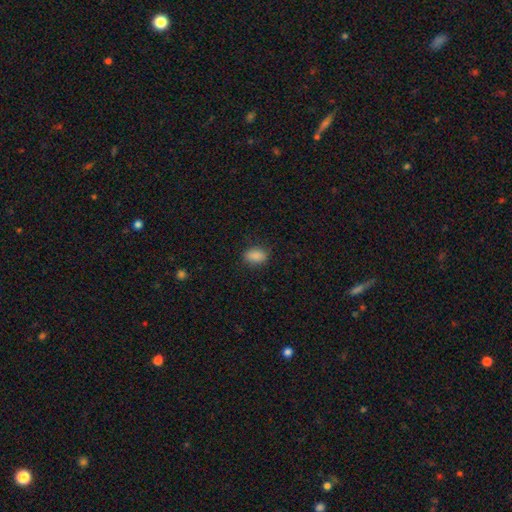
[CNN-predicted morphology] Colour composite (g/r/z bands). It shows a smooth galaxy with no disk features (88%) that is in between round and cigar-shaped (82%). Merging: none (83%).